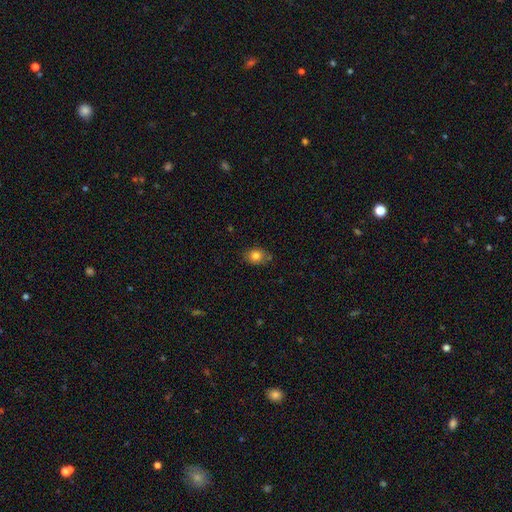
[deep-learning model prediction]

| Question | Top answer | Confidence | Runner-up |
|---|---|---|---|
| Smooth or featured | smooth | 81% | star or artifact (10%) |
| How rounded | in between | 59% | round (39%) |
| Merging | none | 74% | minor disturbance (19%) |